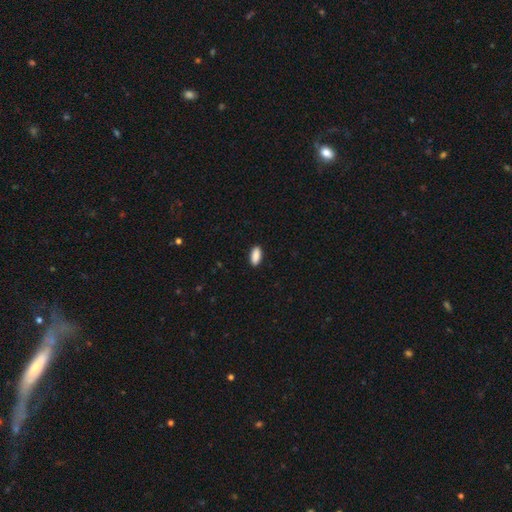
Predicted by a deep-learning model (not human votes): Smooth or featured: smooth — 90% (star or artifact — 7%)
How rounded: in between — 87% (cigar-shaped — 10%)
Merging: none — 90% (minor disturbance — 7%)